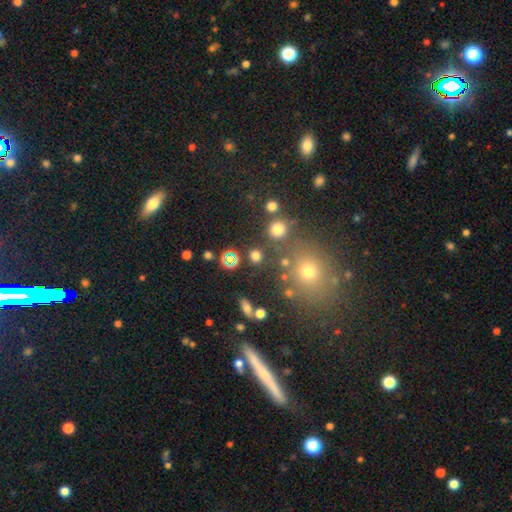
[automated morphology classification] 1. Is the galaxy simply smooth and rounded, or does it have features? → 69% smooth, 24% star or artifact, 7% featured or disk.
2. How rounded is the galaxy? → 85% round, 13% in between, 2% cigar-shaped.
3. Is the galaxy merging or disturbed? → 77% none, 10% merger, 8% minor disturbance, 5% major disturbance.